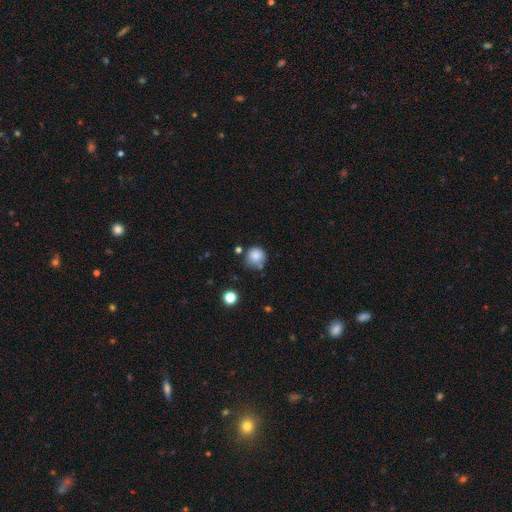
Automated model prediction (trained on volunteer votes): This appears to be a smooth galaxy with no disk features (83%) that is round (90%). Merging: none (62%).